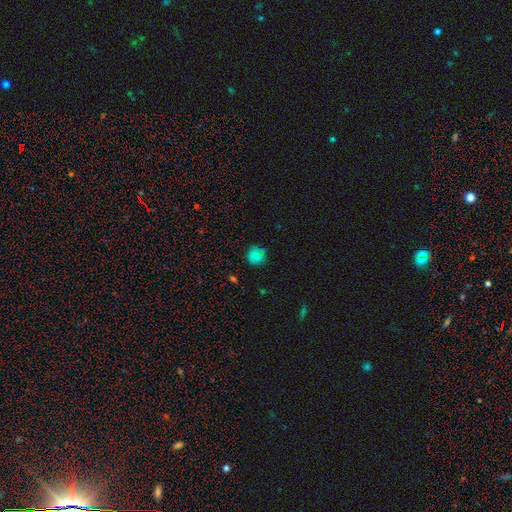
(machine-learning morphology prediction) smooth 80%, star or artifact 13%, featured or disk 7%. Down the decision tree: how rounded — round (91%); merging — none (79%).